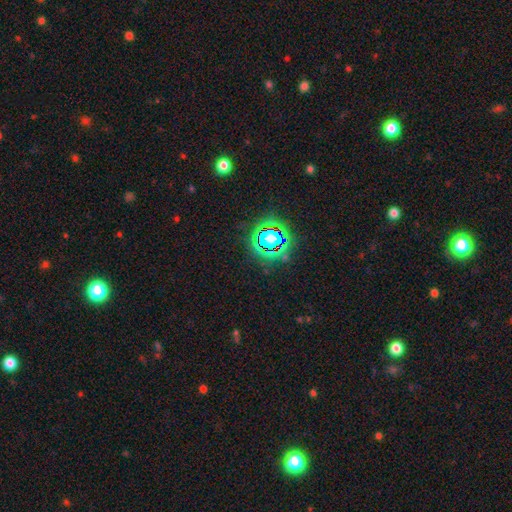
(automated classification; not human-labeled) This appears to be a star or artifact, not a galaxy (79%).